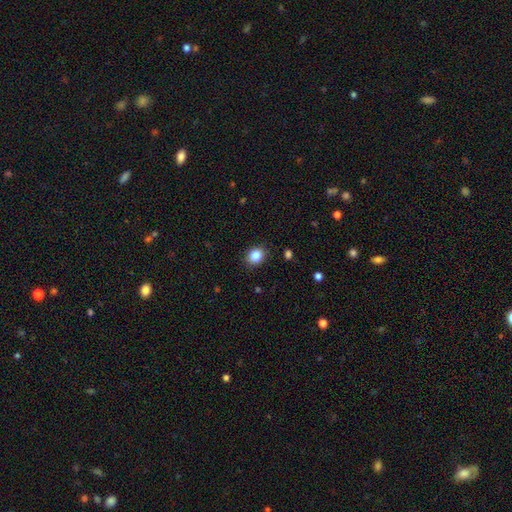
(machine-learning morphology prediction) smooth 85%, star or artifact 10%, featured or disk 5%. Down the decision tree: how rounded — round (59%); merging — none (89%).